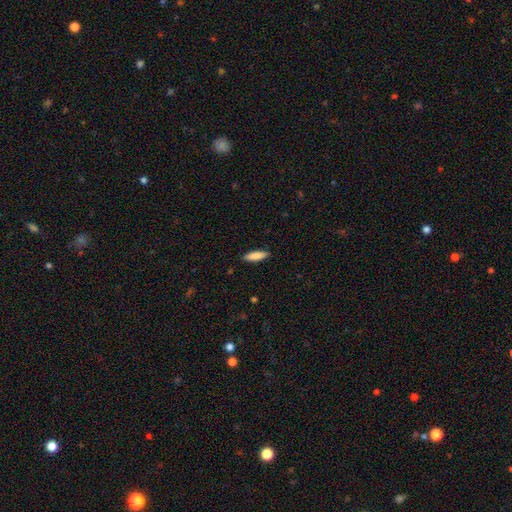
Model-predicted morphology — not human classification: Smooth or featured? smooth (85%)
How rounded? cigar-shaped (59%)
Merging? none (89%)